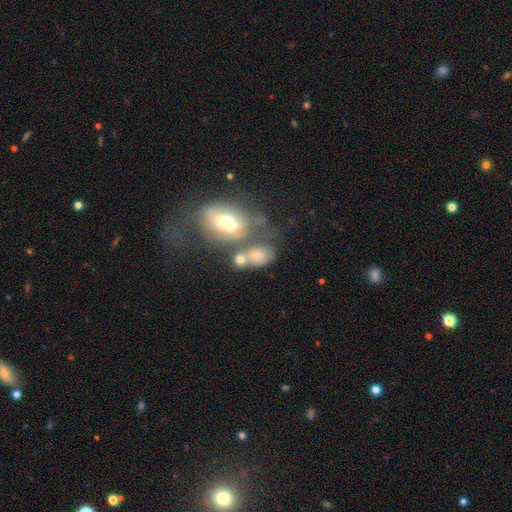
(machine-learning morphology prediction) A smooth galaxy with no disk features (58%) that is in between round and cigar-shaped (70%).

Vote fractions:
- Smooth or featured? smooth: 58% / featured or disk: 29% / star or artifact: 13%
- How rounded? in between: 70% / round: 27% / cigar-shaped: 3%
- Merging? merger: 41% / none: 30% / minor disturbance: 15% / major disturbance: 13%